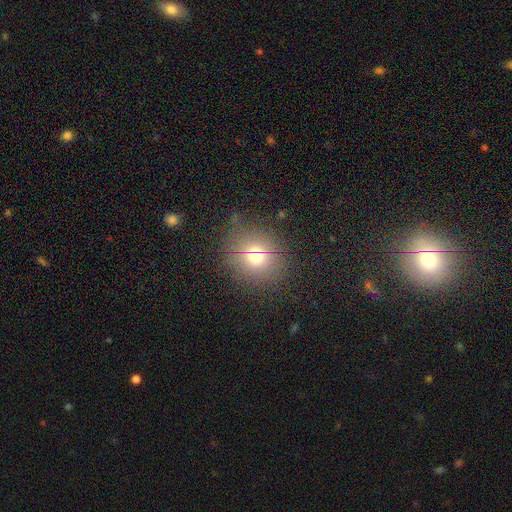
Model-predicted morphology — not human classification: smooth-or-featured: smooth: 66% | star or artifact: 21% | featured or disk: 13%
  how-rounded: round: 84% | in between: 15% | cigar-shaped: 1%
  merging: none: 82% | minor disturbance: 11% | major disturbance: 5% | merger: 2%